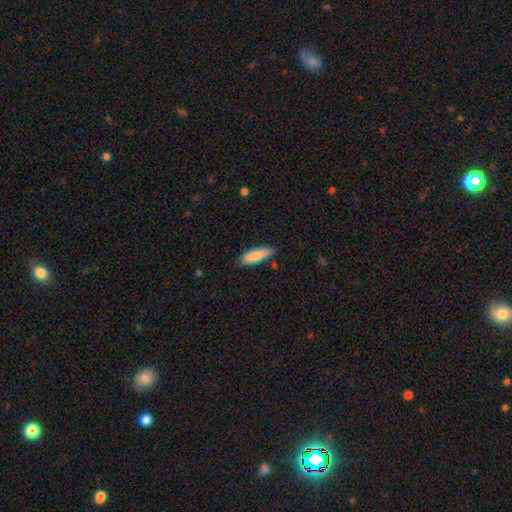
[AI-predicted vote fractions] A smooth galaxy with no disk features (85%) that is in between round and cigar-shaped (51%). Merging: none (79%).